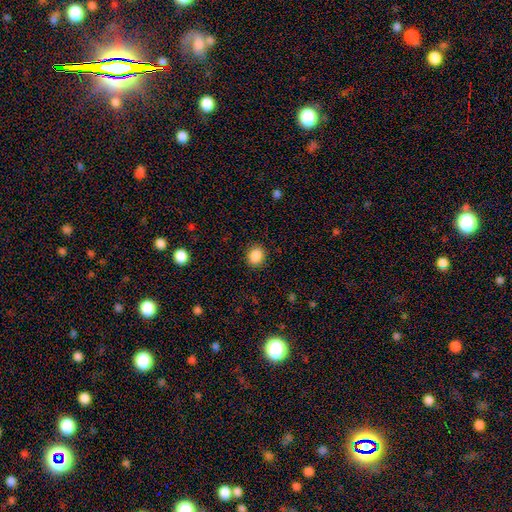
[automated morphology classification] smooth 87%, star or artifact 9%, featured or disk 3%. Down the decision tree: how rounded — round (70%); merging — none (89%).